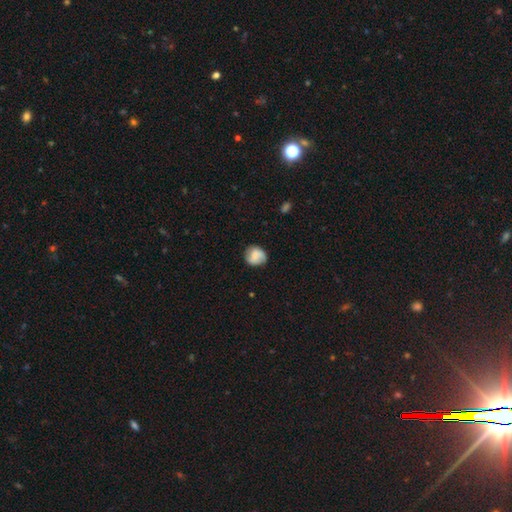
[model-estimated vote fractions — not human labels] Overall: smooth (68%). How rounded: round (80%). Merging: none (76%).